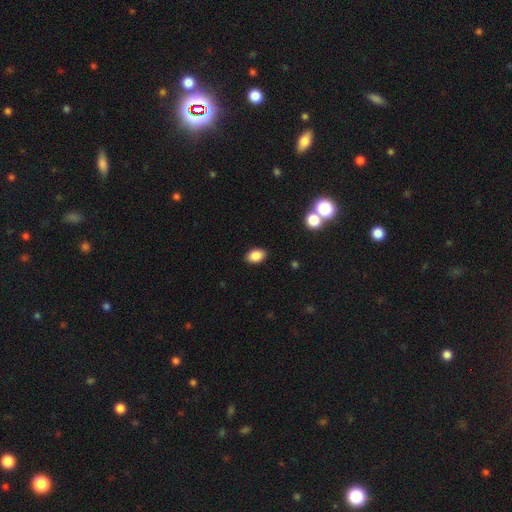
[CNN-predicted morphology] The model was most divided on "how rounded": in between: 82%, round: 17%, cigar-shaped: 1%. More confident: merging — none (88%); smooth or featured — smooth (86%).